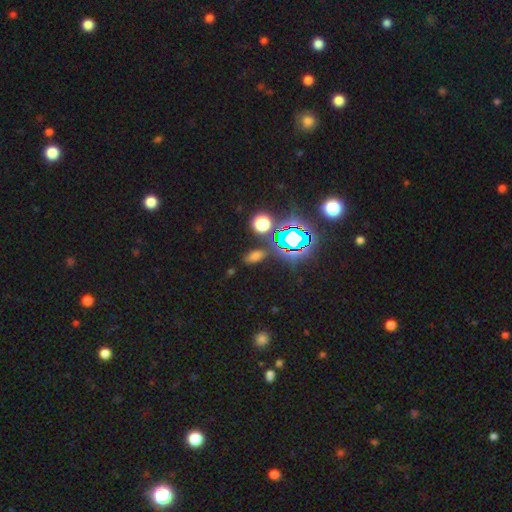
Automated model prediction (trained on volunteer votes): smooth_or_featured: smooth (p=0.58) [alt: star or artifact p=0.33]
how_rounded: in between (p=0.80) [alt: round p=0.13]
merging: none (p=0.80) [alt: minor disturbance p=0.11]